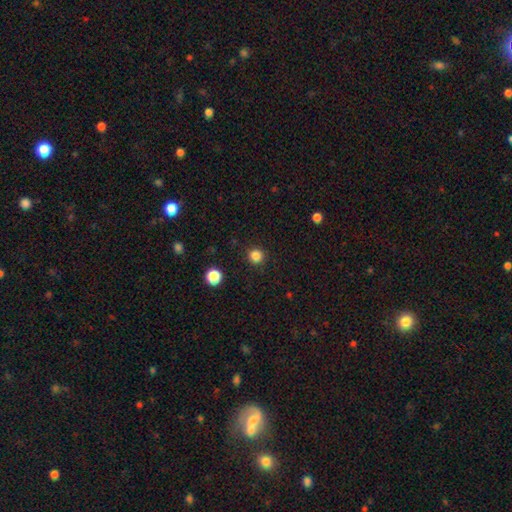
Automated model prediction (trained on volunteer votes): Overall: smooth (84%). How rounded: round (95%). Merging: none (92%).